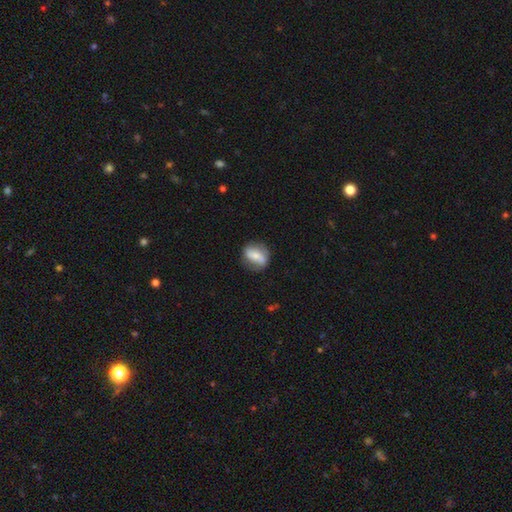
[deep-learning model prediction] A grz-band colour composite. It shows a smooth galaxy with no disk features (48%). Merging: none (73%).